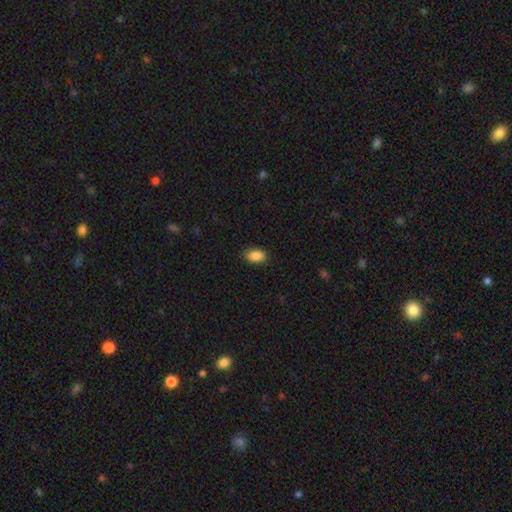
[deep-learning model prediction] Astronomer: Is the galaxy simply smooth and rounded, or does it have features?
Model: smooth — 88%.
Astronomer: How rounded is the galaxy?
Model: in between — 90%.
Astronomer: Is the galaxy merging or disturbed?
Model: none — 87%.